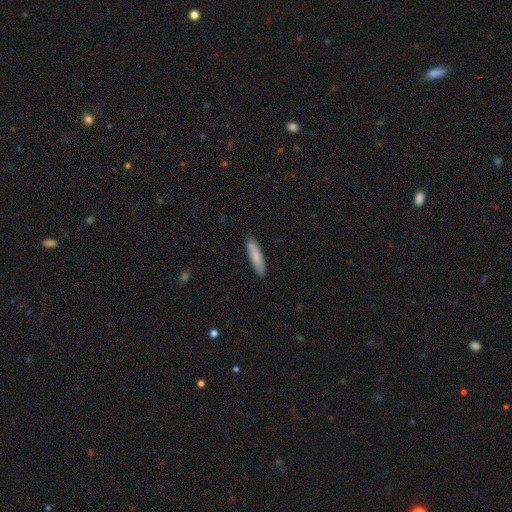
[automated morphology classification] Q: Smooth or featured?
A: smooth (80%); runner-up: featured or disk (15%)
Q: How rounded?
A: cigar-shaped (80%); runner-up: in between (18%)
Q: Merging?
A: none (88%); runner-up: minor disturbance (9%)